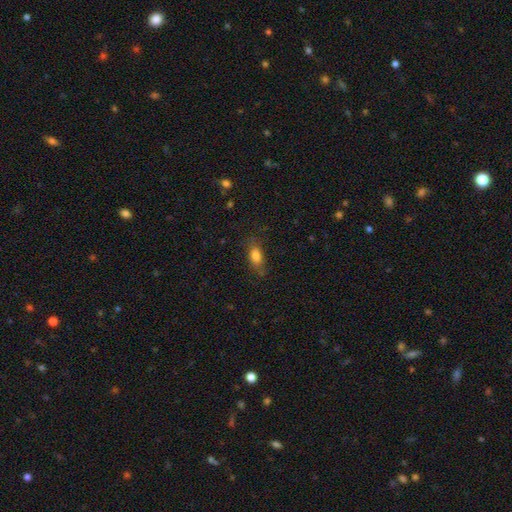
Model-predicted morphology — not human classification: smooth-or-featured: smooth: 80% | featured or disk: 11% | star or artifact: 9%
  how-rounded: in between: 81% | cigar-shaped: 13% | round: 6%
  merging: none: 72% | minor disturbance: 19% | major disturbance: 7% | merger: 2%